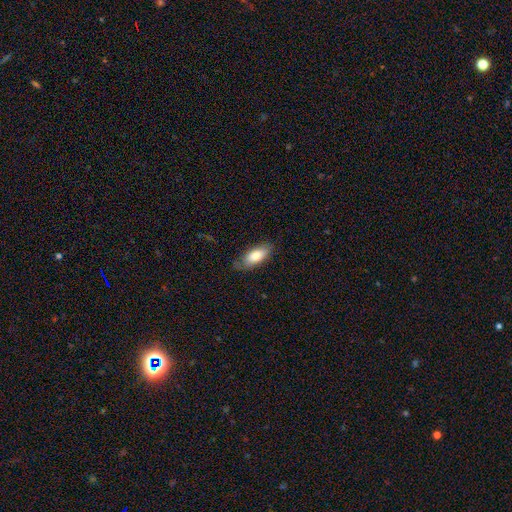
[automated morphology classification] Smooth or featured: smooth — 79% (featured or disk — 15%)
How rounded: in between — 81% (cigar-shaped — 17%)
Merging: none — 74% (minor disturbance — 20%)